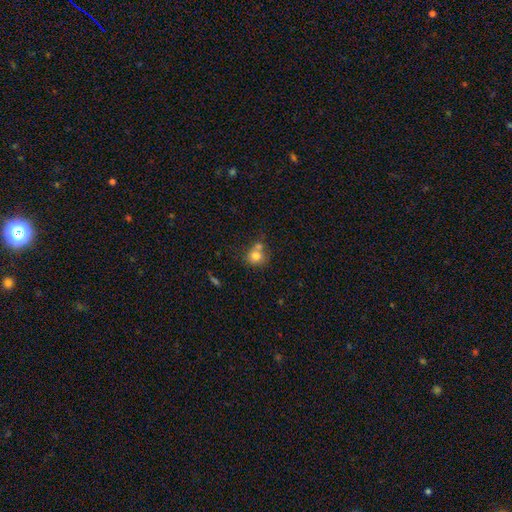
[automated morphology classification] smooth 76%, featured or disk 13%, star or artifact 11%. Down the decision tree: how rounded — round (76%); merging — none (44%).